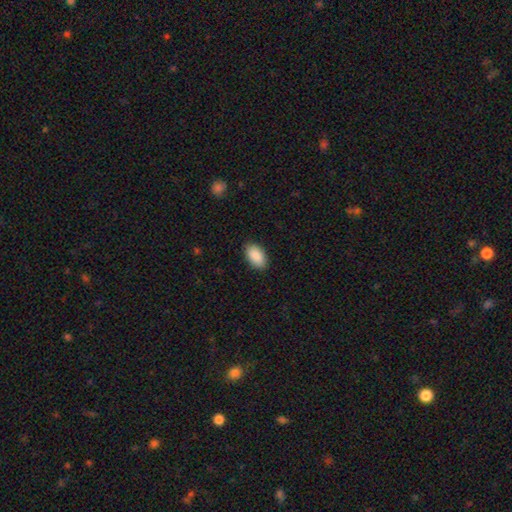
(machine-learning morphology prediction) The model was most divided on "merging": none: 89%, minor disturbance: 8%, major disturbance: 2%, merger: 1%. More confident: how rounded — in between (95%); smooth or featured — smooth (91%).